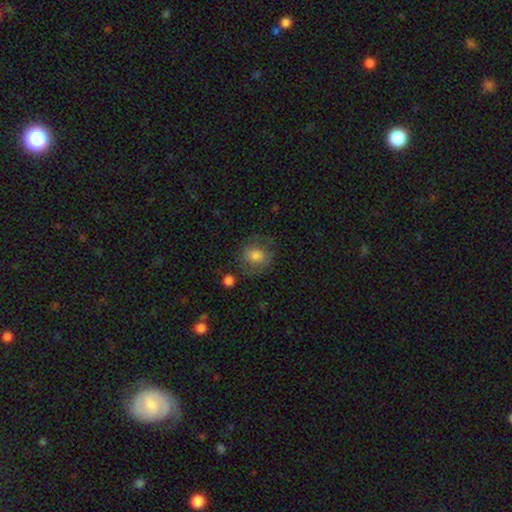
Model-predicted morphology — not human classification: type=smooth (73%); roundness=round (70%); merging=none (64%).